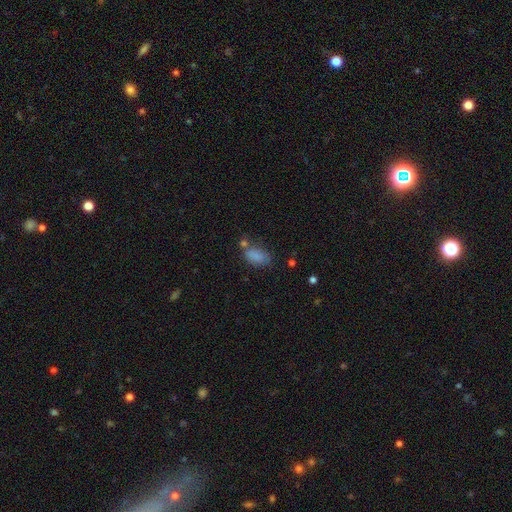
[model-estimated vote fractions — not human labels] This appears to be a smooth galaxy with no disk features (84%) that is in between round and cigar-shaped (91%). Merging: none (58%).